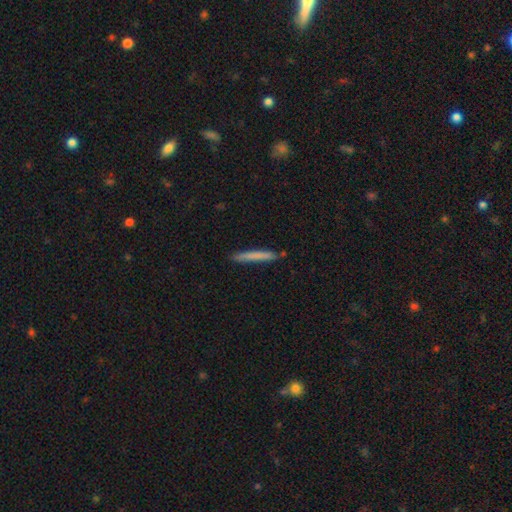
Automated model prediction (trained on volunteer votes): Overall: smooth (74%). How rounded: cigar-shaped (97%). Merging: none (87%).